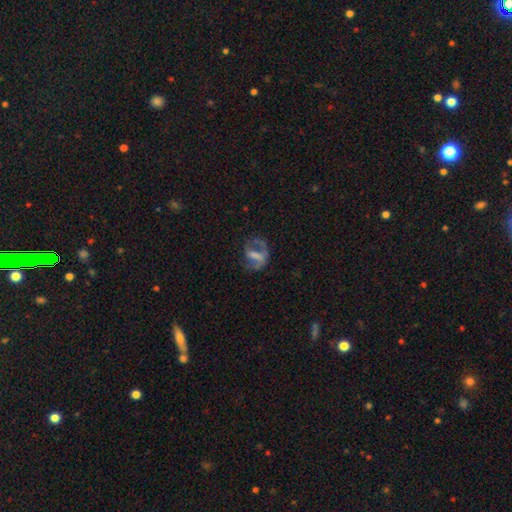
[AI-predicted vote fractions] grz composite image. It shows a featured or disk galaxy (59%) with a strong bar (37%), no spiral arms (50%, tied with yes) and no central bulge (39%). Merging: none (44%).